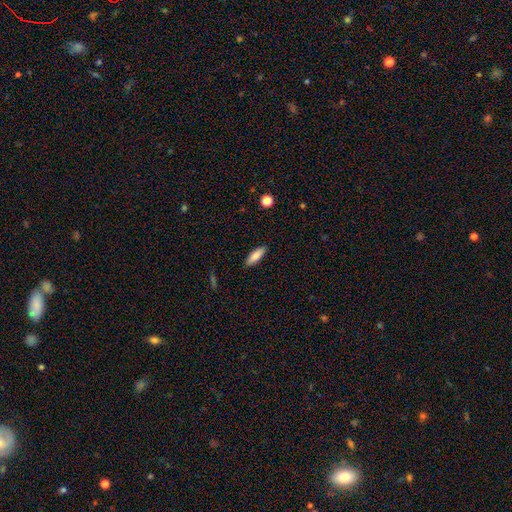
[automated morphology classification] This is clearly a smooth galaxy (84%). How rounded: possibly in between (55%). Merging: clearly none (89%).